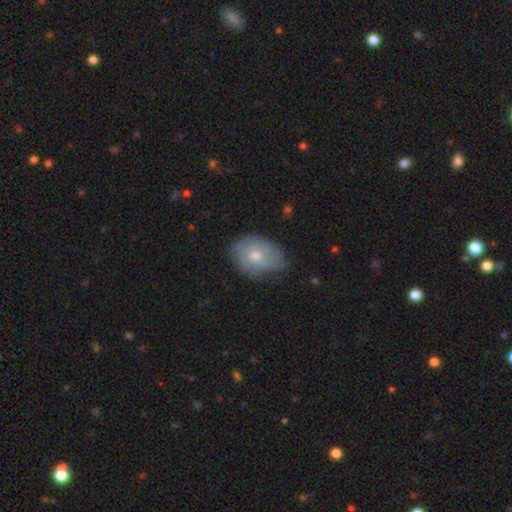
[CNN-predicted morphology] Smooth or featured? Predicted: featured or disk (p=0.46, tied with smooth). Merging? Predicted: none (p=0.58).